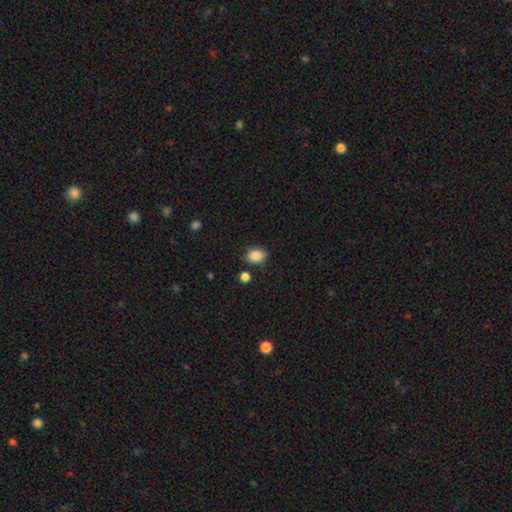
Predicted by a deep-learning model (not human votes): A smooth galaxy with no disk features (88%) that is in between round and cigar-shaped (64%). Merging: none (80%).